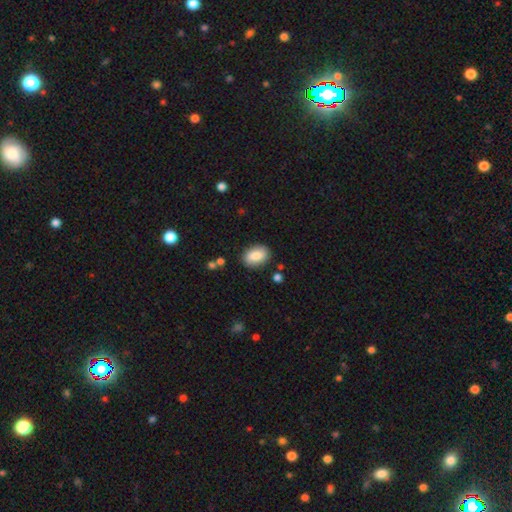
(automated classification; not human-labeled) Smooth or featured: smooth — 85% (featured or disk — 8%)
How rounded: in between — 85% (round — 14%)
Merging: none — 84% (minor disturbance — 11%)